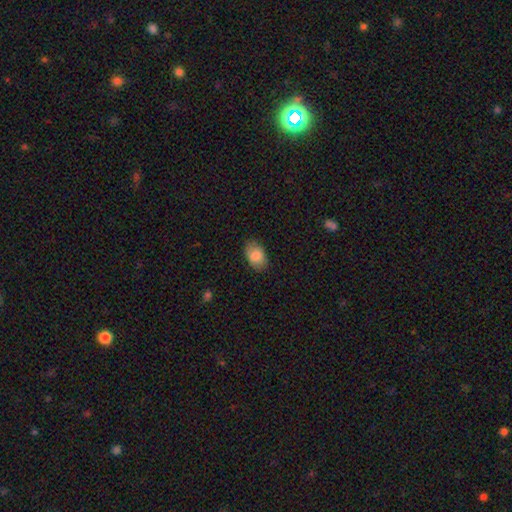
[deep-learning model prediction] Smooth or featured: smooth — 85% (featured or disk — 8%)
How rounded: in between — 87% (round — 12%)
Merging: none — 81% (minor disturbance — 15%)